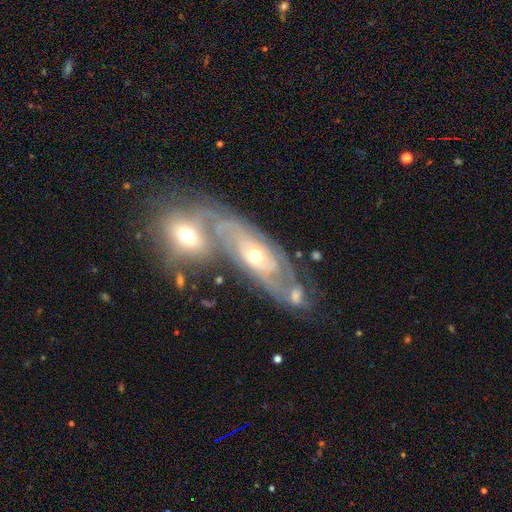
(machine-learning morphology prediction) Smooth or featured? Predicted: featured or disk (p=0.82). Edge-on disk? Predicted: no (p=0.91). Bar? Predicted: no (p=0.68). Spiral arms? Predicted: yes (p=0.89). Spiral winding? Predicted: tight (p=0.56). Spiral arm count? Predicted: 2 (p=0.46). Bulge size? Predicted: moderate (p=0.62). Merging? Predicted: merger (p=0.48).